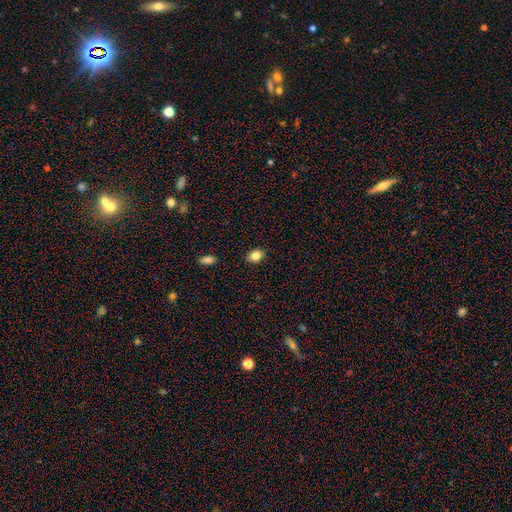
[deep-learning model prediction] smooth-or-featured: smooth: 84% | star or artifact: 10% | featured or disk: 7%
  how-rounded: in between: 59% | round: 40% | cigar-shaped: 1%
  merging: none: 88% | minor disturbance: 9% | major disturbance: 2% | merger: 1%